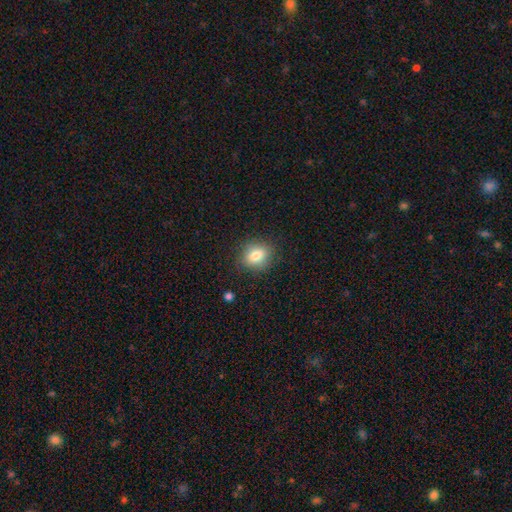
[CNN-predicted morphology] This appears to be a smooth galaxy with no disk features (80%) that is round (52%). Merging: none (84%).